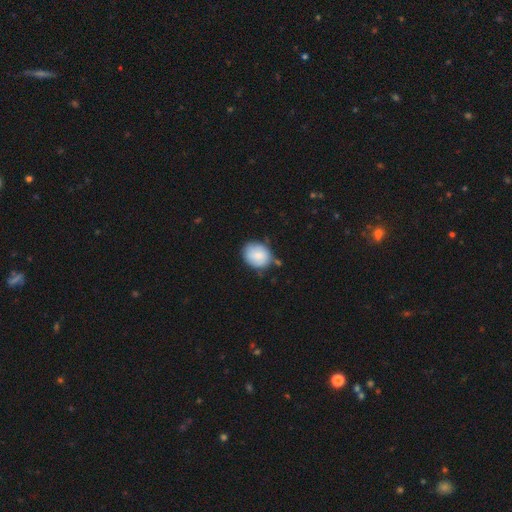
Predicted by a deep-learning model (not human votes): This appears to be a smooth galaxy with no disk features (82%) that is round (60%). Merging: none (70%).